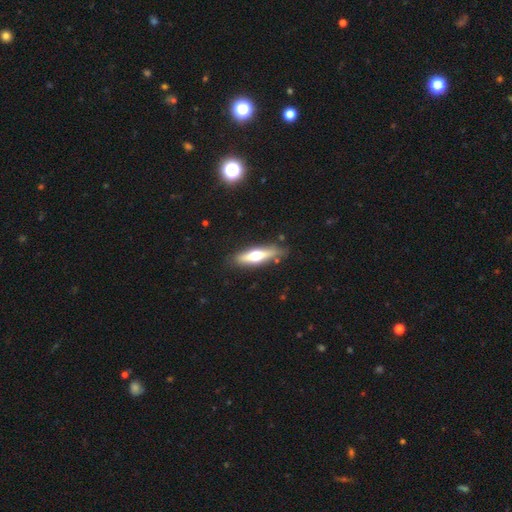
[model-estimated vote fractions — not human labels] Smooth or featured? featured or disk (49%)
Merging? none (81%)